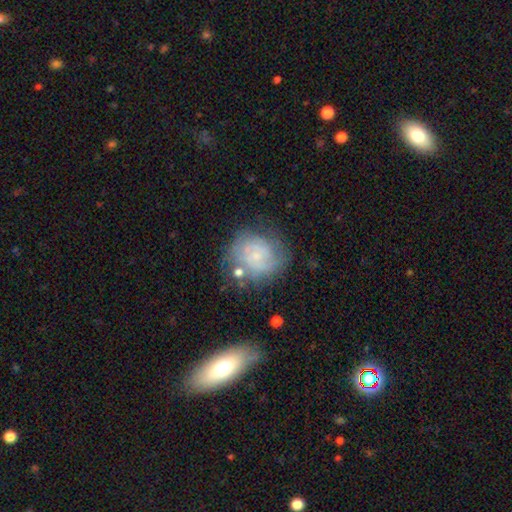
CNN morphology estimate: Q: Smooth or featured?
A: featured or disk (56%); runner-up: smooth (34%)
Q: Edge-on disk?
A: no (97%); runner-up: yes (3%)
Q: Bar?
A: no (73%); runner-up: weak (23%)
Q: Spiral arms?
A: yes (79%); runner-up: no (21%)
Q: Bulge size?
A: small (70%); runner-up: moderate (14%)
Q: Merging?
A: none (60%); runner-up: minor disturbance (20%)